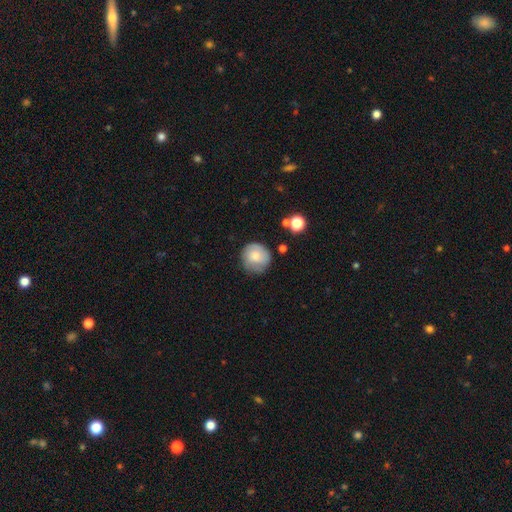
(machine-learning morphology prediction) This is likely a smooth galaxy (69%). How rounded: clearly round (90%). Merging: likely none (72%).